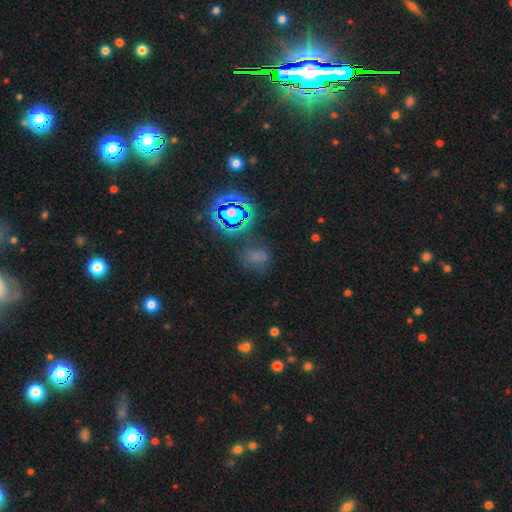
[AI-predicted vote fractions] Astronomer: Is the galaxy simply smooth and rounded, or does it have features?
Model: smooth — 44% (runner-up: star or artifact, 42%).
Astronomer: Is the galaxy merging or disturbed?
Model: none — 63%.